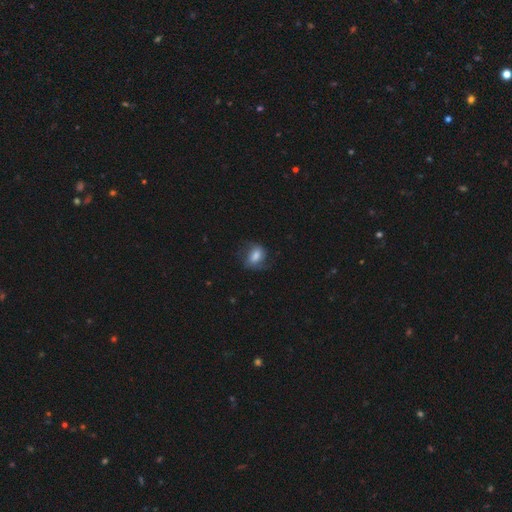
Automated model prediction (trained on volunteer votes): smooth 63%, featured or disk 28%, star or artifact 9%. Down the decision tree: how rounded — in between (68%); merging — none (59%).